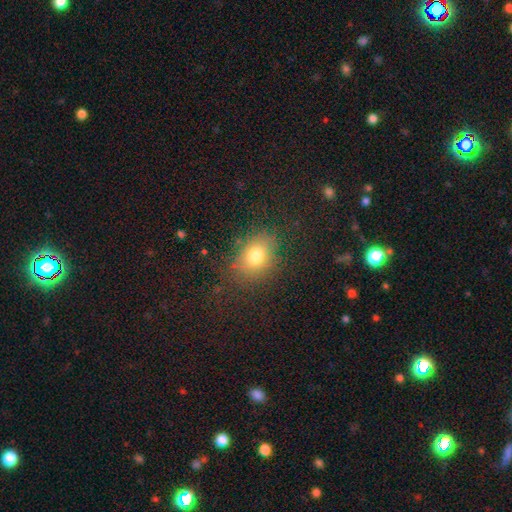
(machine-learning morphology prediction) smooth 78%, star or artifact 12%, featured or disk 10%. Down the decision tree: how rounded — in between (66%); merging — none (79%).